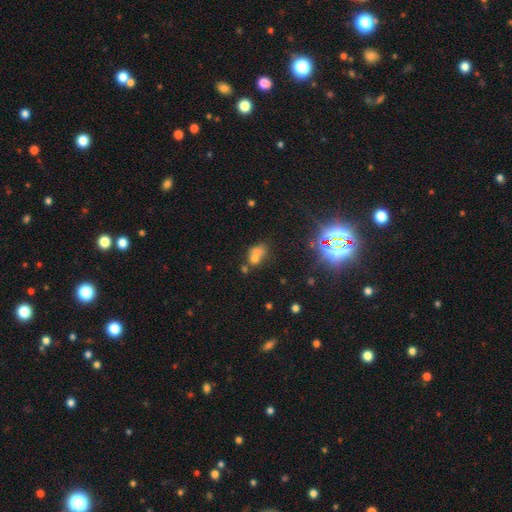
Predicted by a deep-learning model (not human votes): A smooth galaxy with no disk features (59%) that is in between round and cigar-shaped (59%). Merging: merger (43%).